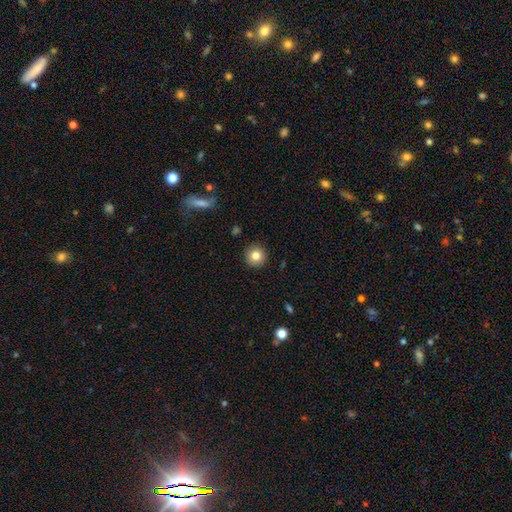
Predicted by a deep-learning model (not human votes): A smooth galaxy with no disk features (81%) that is round (95%).

Vote fractions:
- Smooth or featured? smooth: 81% / star or artifact: 10% / featured or disk: 8%
- How rounded? round: 95% / in between: 4% / cigar-shaped: 1%
- Merging? none: 91% / minor disturbance: 6% / major disturbance: 2% / merger: 1%